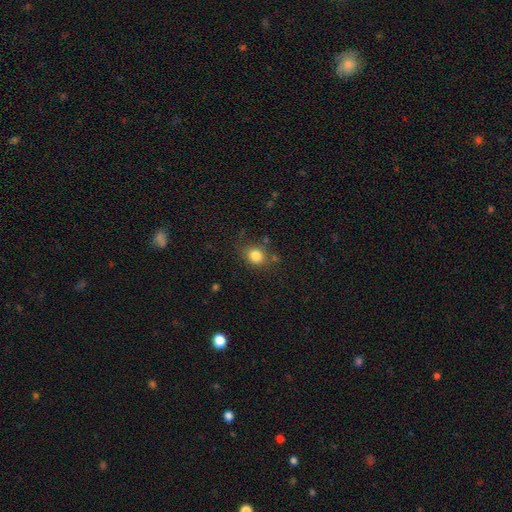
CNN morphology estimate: This appears to be a smooth galaxy with no disk features (82%) that is round (60%). Merging: none (74%).